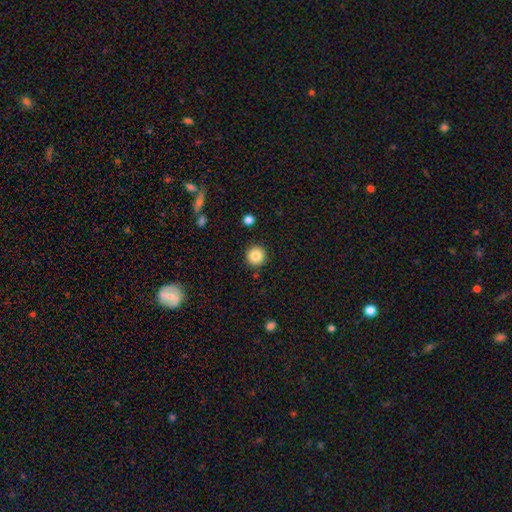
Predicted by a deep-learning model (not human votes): Smooth or featured? Predicted: smooth (p=0.85). How rounded? Predicted: round (p=0.95). Merging? Predicted: none (p=0.91).